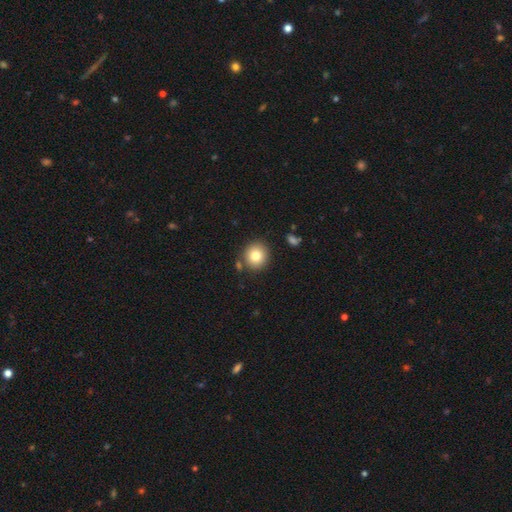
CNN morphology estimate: A smooth galaxy with no disk features (80%) that is round (88%). Merging: none (83%).